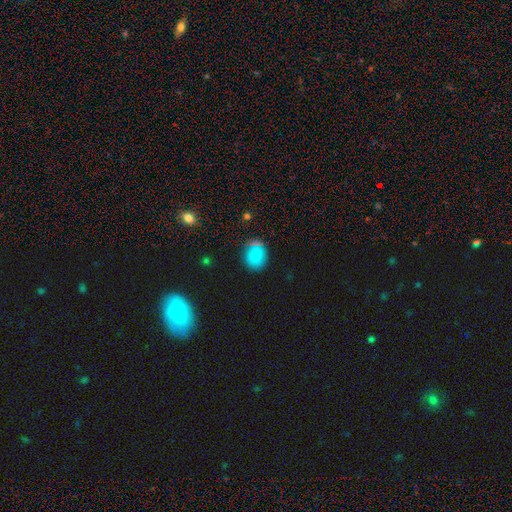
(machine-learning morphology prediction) A smooth galaxy with no disk features (77%) that is round (69%). Merging: none (75%).